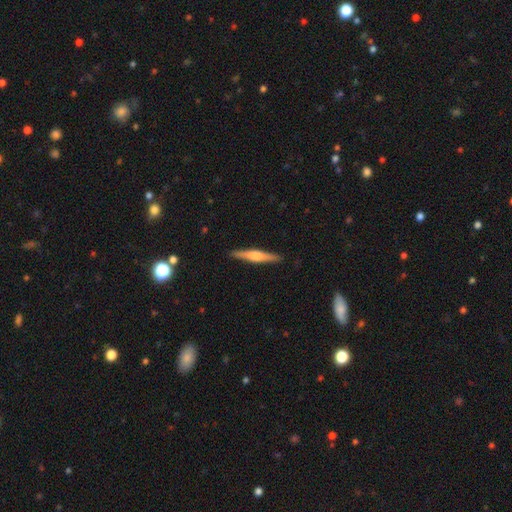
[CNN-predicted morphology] The model was most divided on "smooth or featured": featured or disk: 58%, smooth: 37%, star or artifact: 5%. More confident: edge-on disk — yes (97%); merging — none (90%); edge-on bulge — rounded (70%).